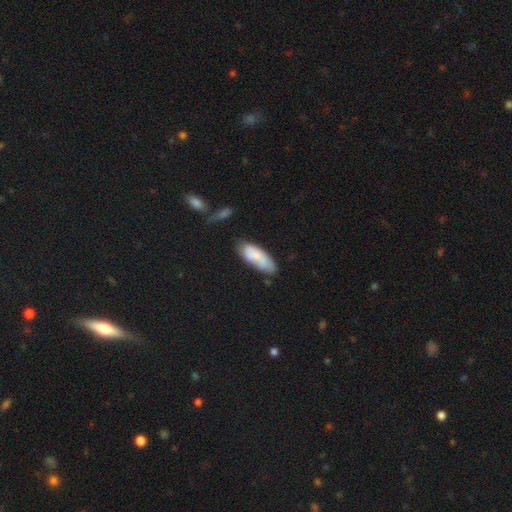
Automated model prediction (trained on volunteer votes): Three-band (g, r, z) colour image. It shows a smooth galaxy with no disk features (74%) that is in between round and cigar-shaped (73%). Merging: none (61%).